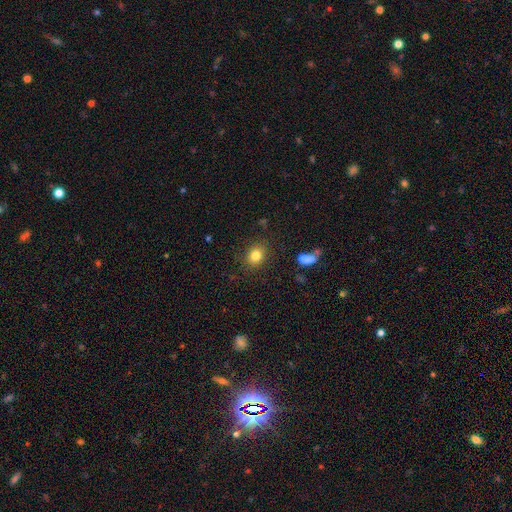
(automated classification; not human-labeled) This appears to be a smooth galaxy with no disk features (81%) that is round (62%). Merging: none (86%).